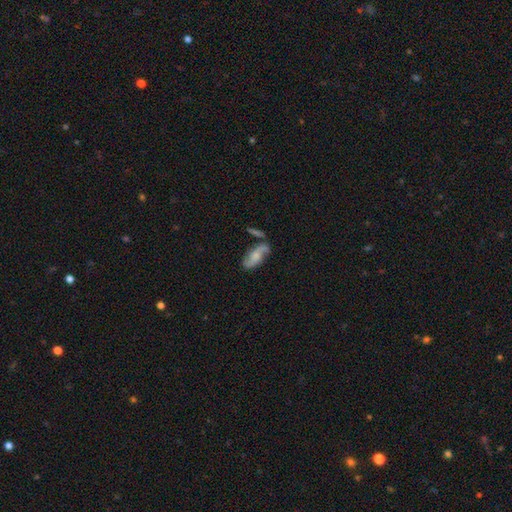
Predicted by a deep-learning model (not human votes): A featured or disk galaxy (56%) with no bar (62%), spiral arms (88%) and a moderate central bulge (37%). Merging: none (59%).